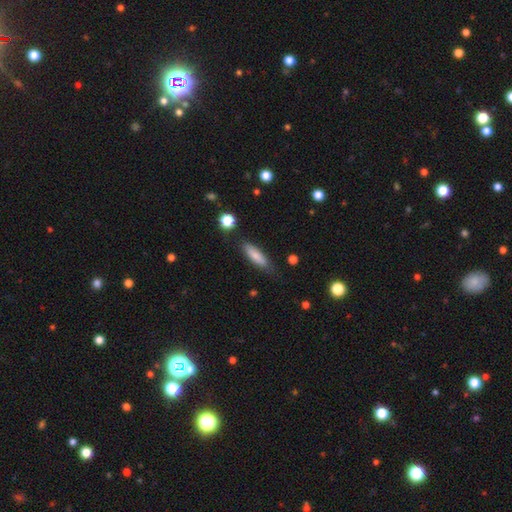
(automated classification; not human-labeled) smooth 79%, featured or disk 14%, star or artifact 7%. Down the decision tree: how rounded — cigar-shaped (59%); merging — none (78%).